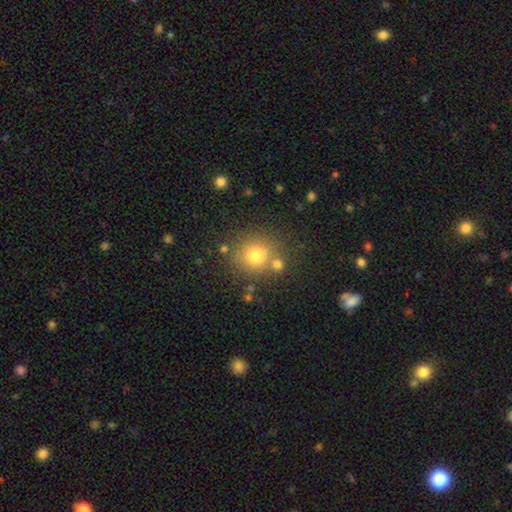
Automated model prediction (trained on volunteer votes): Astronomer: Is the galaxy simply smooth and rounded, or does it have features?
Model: smooth — 74%.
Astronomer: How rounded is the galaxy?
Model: round — 87%.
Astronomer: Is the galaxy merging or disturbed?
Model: none — 72%.